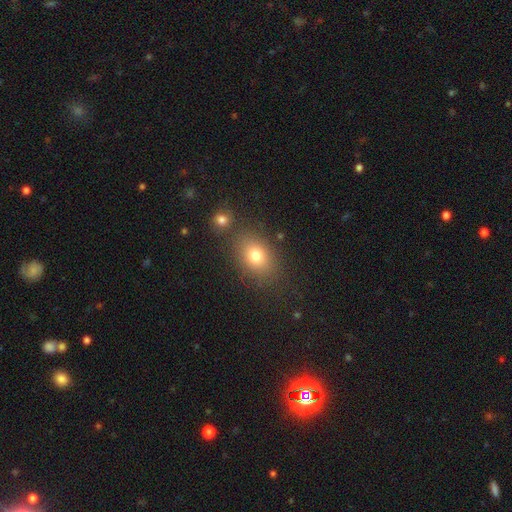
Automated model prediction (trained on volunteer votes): Overall: smooth (77%). How rounded: in between (71%). Merging: none (77%).